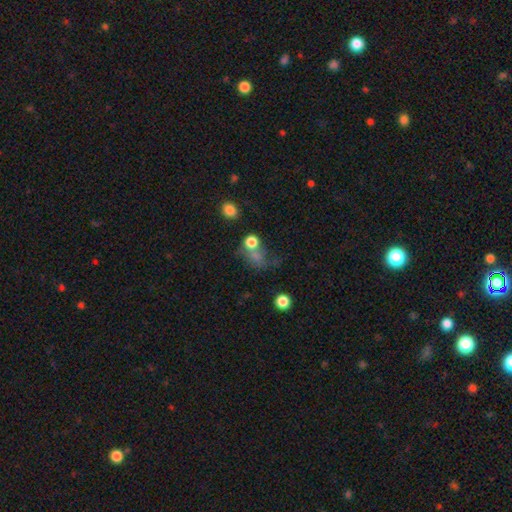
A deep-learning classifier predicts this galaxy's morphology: This appears to be a smooth galaxy with no disk features (52%) that is round (60%). Merging: none (35%).